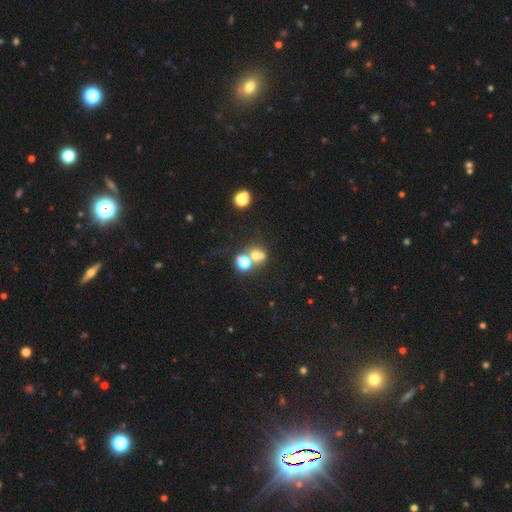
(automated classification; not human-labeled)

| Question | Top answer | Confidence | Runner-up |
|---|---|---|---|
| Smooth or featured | smooth | 60% | star or artifact (22%) |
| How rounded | round | 71% | in between (28%) |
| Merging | merger | 52% | none (34%) |